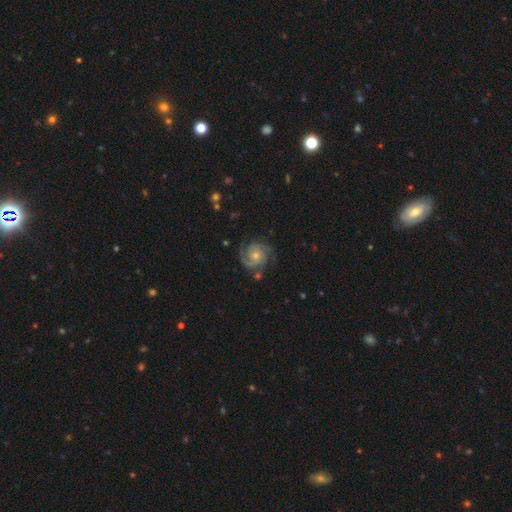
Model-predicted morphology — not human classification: A featured or disk galaxy (88%) with no bar (75%), 2 (49%) tight (56%) spiral arms (98%) and a moderate central bulge (49%).

Vote fractions:
- Smooth or featured? featured or disk: 88% / smooth: 7% / star or artifact: 5%
- Edge-on disk? no: 98% / yes: 2%
- Bar? no: 75% / weak: 21% / strong: 4%
- Spiral arms? yes: 98% / no: 2%
- Spiral winding? tight: 56% / medium: 37% / loose: 7%
- Spiral arm count? 2: 49% / 3: 31% / can't tell: 8% / 4: 5% / 1: 4% / more than 4: 4%
- Bulge size? moderate: 49% / small: 44% / large: 3% / none: 2% / dominant: 1%
- Merging? none: 77% / minor disturbance: 15% / major disturbance: 6% / merger: 2%